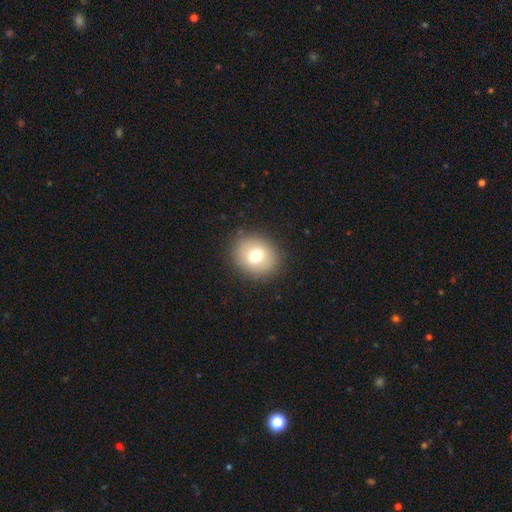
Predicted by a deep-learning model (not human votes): smooth_or_featured: smooth (p=0.74) [alt: featured or disk p=0.15]
how_rounded: round (p=0.69) [alt: in between p=0.30]
merging: none (p=0.88) [alt: minor disturbance p=0.08]